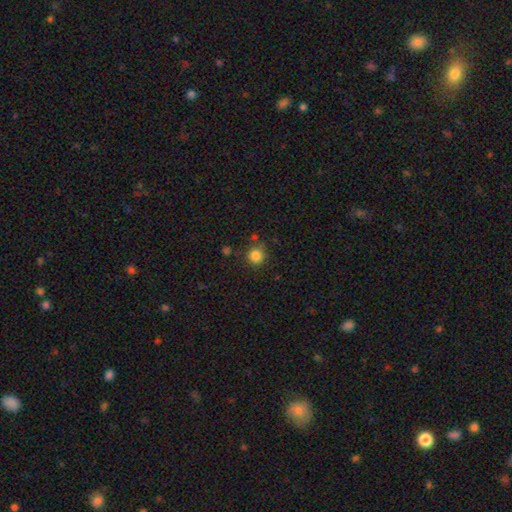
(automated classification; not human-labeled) Q: Smooth or featured?
A: smooth (83%); runner-up: star or artifact (12%)
Q: How rounded?
A: round (91%); runner-up: in between (8%)
Q: Merging?
A: none (80%); runner-up: minor disturbance (12%)